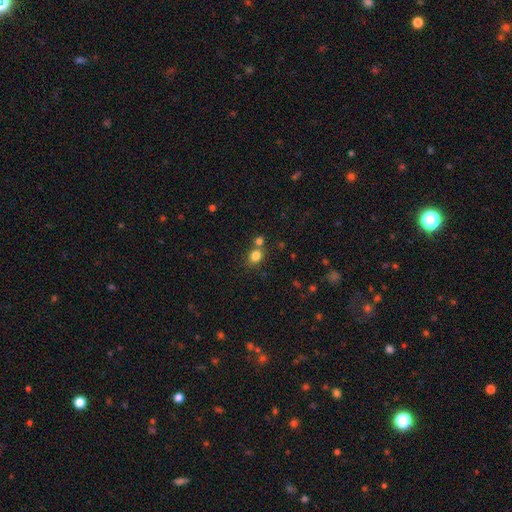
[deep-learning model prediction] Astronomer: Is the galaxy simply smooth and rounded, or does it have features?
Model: smooth — 81%.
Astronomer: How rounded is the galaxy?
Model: round — 70%.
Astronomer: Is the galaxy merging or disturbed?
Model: none — 59%.